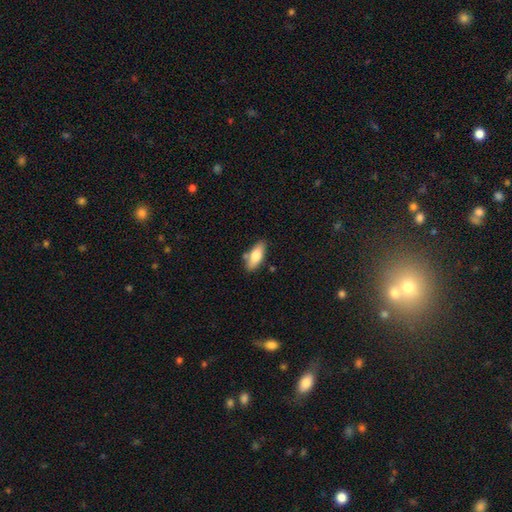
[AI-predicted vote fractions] Smooth or featured? Predicted: smooth (p=0.74). How rounded? Predicted: in between (p=0.75). Merging? Predicted: none (p=0.75).